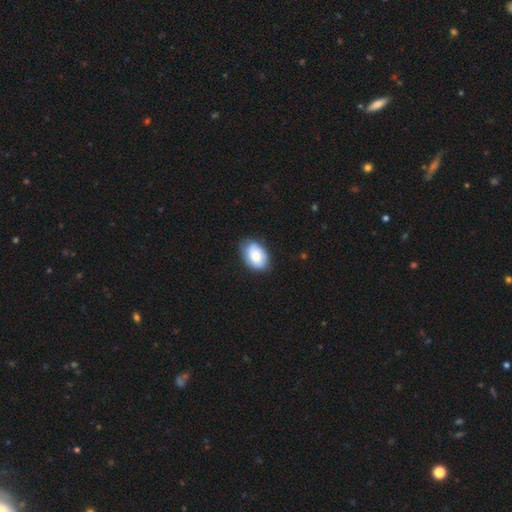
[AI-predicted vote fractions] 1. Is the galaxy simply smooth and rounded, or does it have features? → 80% smooth, 13% featured or disk, 6% star or artifact.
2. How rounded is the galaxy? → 88% in between, 10% round, 1% cigar-shaped.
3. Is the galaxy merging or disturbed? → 78% none, 18% minor disturbance, 3% major disturbance, 1% merger.